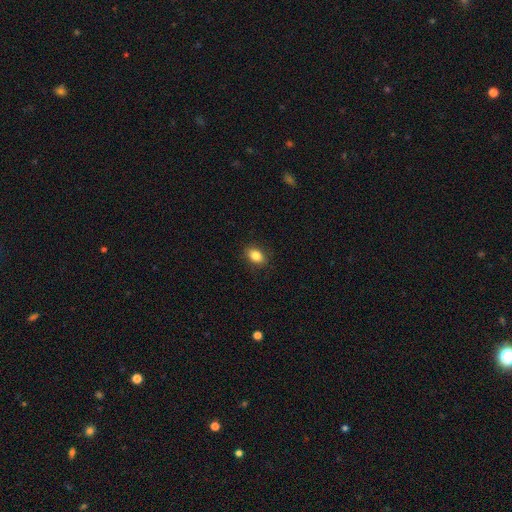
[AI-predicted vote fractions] This is clearly a smooth galaxy (84%). How rounded: clearly in between (82%). Merging: clearly none (87%).